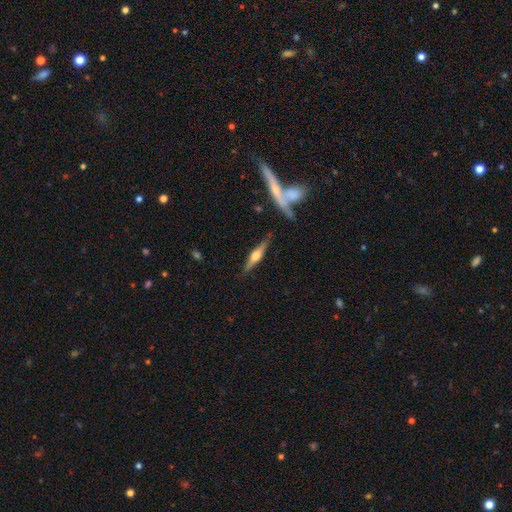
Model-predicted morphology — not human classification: Smooth or featured: featured or disk — 67% (smooth — 28%)
Edge-on disk: yes — 96% (no — 4%)
Edge-on bulge: rounded — 89% (boxy — 8%)
Merging: none — 82% (minor disturbance — 11%)